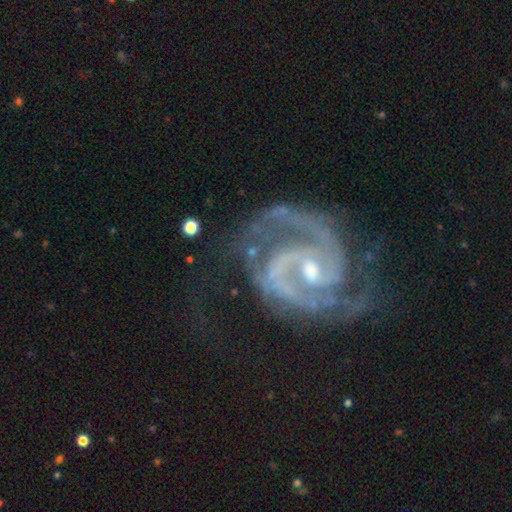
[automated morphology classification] Smooth or featured: featured or disk — 93% (star or artifact — 5%)
Edge-on disk: no — 98% (yes — 2%)
Bar: weak — 47% (no — 31%)
Spiral arms: yes — 99% (no — 1%)
Spiral winding: medium — 51% (tight — 40%)
Spiral arm count: 2 — 90% (3 — 3%)
Bulge size: small — 59% (moderate — 36%)
Merging: none — 65% (minor disturbance — 20%)